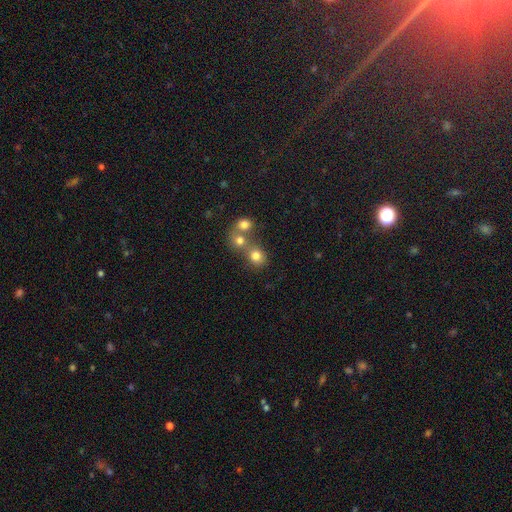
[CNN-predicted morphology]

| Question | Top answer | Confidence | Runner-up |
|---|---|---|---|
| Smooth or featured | smooth | 77% | star or artifact (13%) |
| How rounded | round | 75% | in between (24%) |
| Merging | merger | 46% | none (43%) |